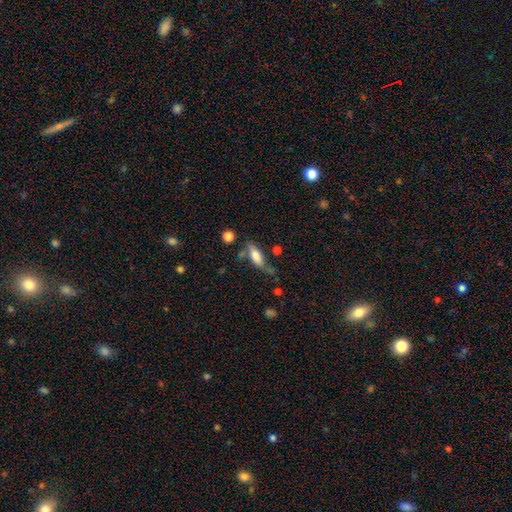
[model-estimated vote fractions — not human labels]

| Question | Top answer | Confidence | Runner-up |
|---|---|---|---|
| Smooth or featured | smooth | 67% | featured or disk (25%) |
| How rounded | in between | 62% | cigar-shaped (35%) |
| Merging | none | 55% | minor disturbance (25%) |